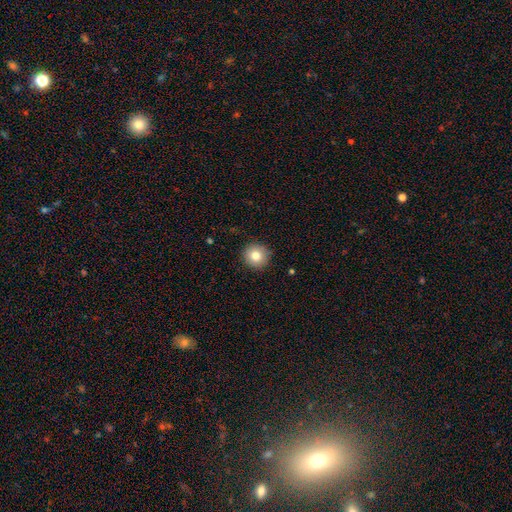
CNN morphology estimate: A smooth galaxy with no disk features (80%) that is round (94%). Merging: none (91%).